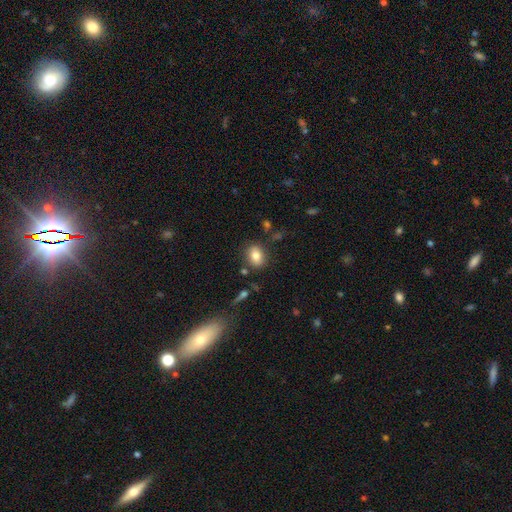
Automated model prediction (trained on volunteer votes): Smooth or featured: smooth — 79% (featured or disk — 12%)
How rounded: in between — 65% (round — 33%)
Merging: none — 82% (minor disturbance — 11%)